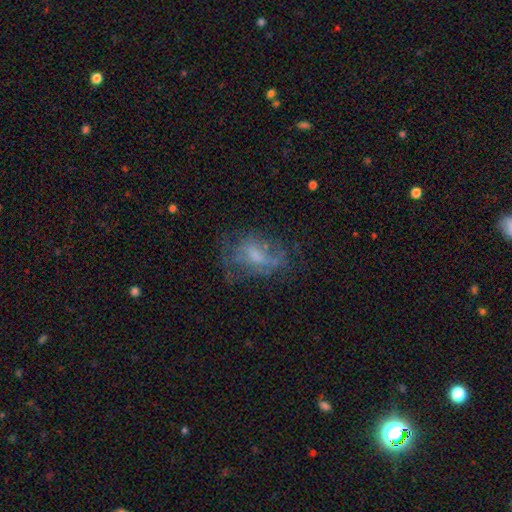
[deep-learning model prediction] Smooth or featured? featured or disk (50%)
Merging? none (46%)